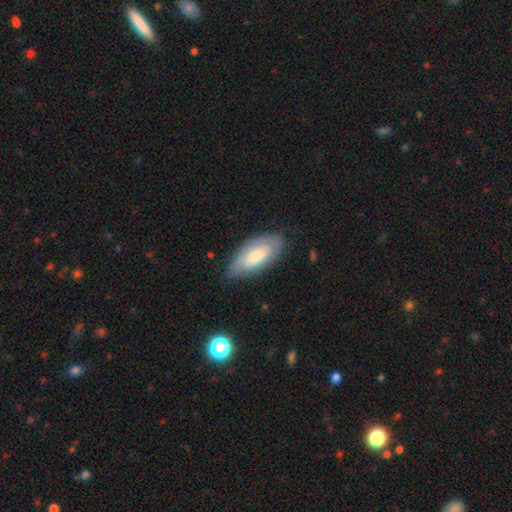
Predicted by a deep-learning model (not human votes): This appears to be a smooth galaxy with no disk features (56%) that is in between round and cigar-shaped (89%). Merging: none (75%).